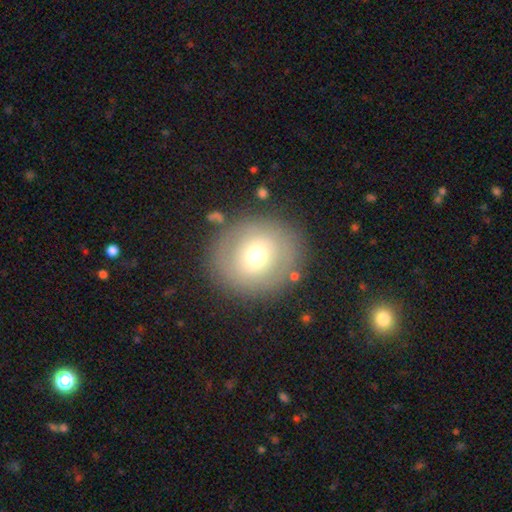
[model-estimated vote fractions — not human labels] A smooth galaxy with no disk features (60%) that is round (86%).

Vote fractions:
- Smooth or featured? smooth: 60% / featured or disk: 30% / star or artifact: 10%
- How rounded? round: 86% / in between: 13% / cigar-shaped: 1%
- Merging? none: 83% / minor disturbance: 10% / major disturbance: 5% / merger: 3%